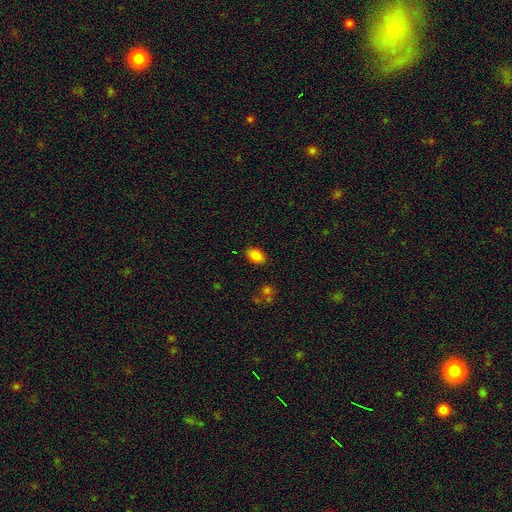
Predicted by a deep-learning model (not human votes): Smooth or featured?
  - smooth: 84% *
  - star or artifact: 10%
  - featured or disk: 7%
How rounded?
  - in between: 85% *
  - round: 14%
  - cigar-shaped: 1%
Merging?
  - none: 86% *
  - minor disturbance: 10%
  - major disturbance: 2%
  - merger: 2%